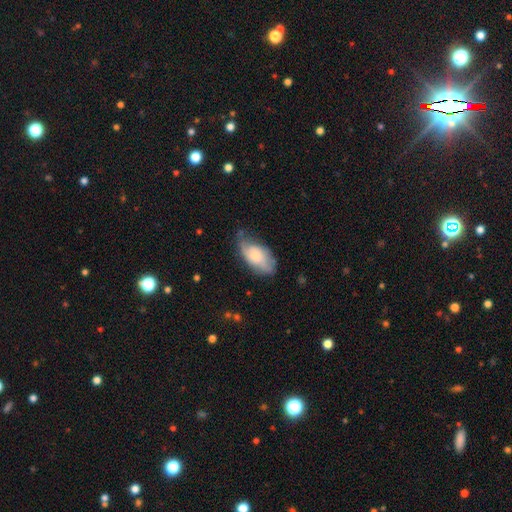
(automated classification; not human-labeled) Morphology: type=smooth (55%); roundness=in between (92%); merging=none (51%).